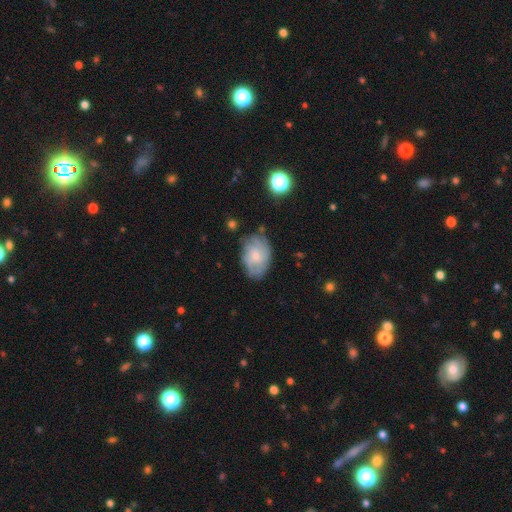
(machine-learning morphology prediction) A featured or disk galaxy (48%). Merging: none (65%).